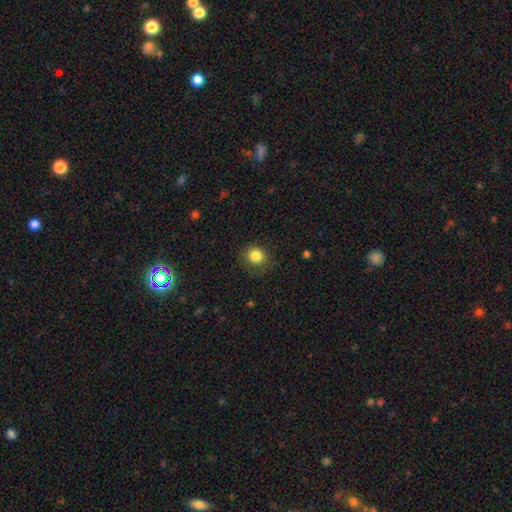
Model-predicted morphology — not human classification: Overall: smooth (84%). How rounded: round (88%). Merging: none (83%).